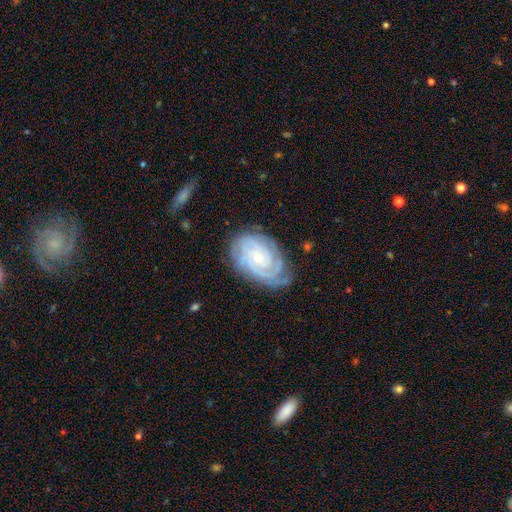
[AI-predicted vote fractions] Smooth or featured?
  - featured or disk: 84% *
  - smooth: 9%
  - star or artifact: 7%
Edge-on disk?
  - no: 97% *
  - yes: 3%
Bar?
  - no: 70% *
  - weak: 24%
  - strong: 6%
Spiral arms?
  - yes: 98% *
  - no: 2%
Spiral winding?
  - tight: 79% *
  - medium: 18%
  - loose: 3%
Spiral arm count?
  - 3: 28% *
  - can't tell: 24%
  - 2: 18%
  - 4: 17%
  - more than 4: 7%
  - 1: 6%
Bulge size?
  - small: 73% *
  - moderate: 21%
  - none: 3%
  - large: 1%
  - dominant: 1%
Merging?
  - none: 73% *
  - minor disturbance: 19%
  - major disturbance: 6%
  - merger: 2%